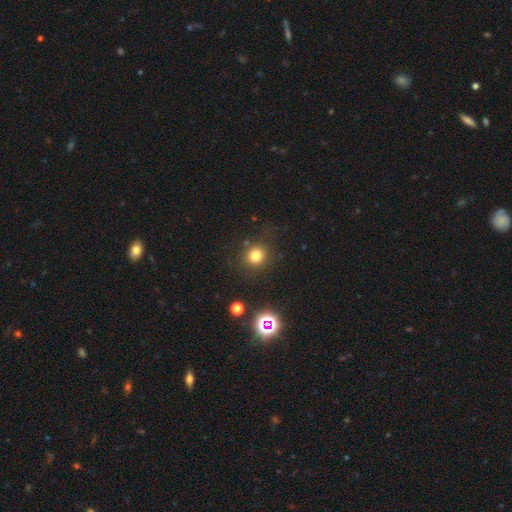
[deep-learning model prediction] Smooth or featured: smooth — 76% (star or artifact — 17%)
How rounded: round — 90% (in between — 9%)
Merging: none — 84% (minor disturbance — 9%)